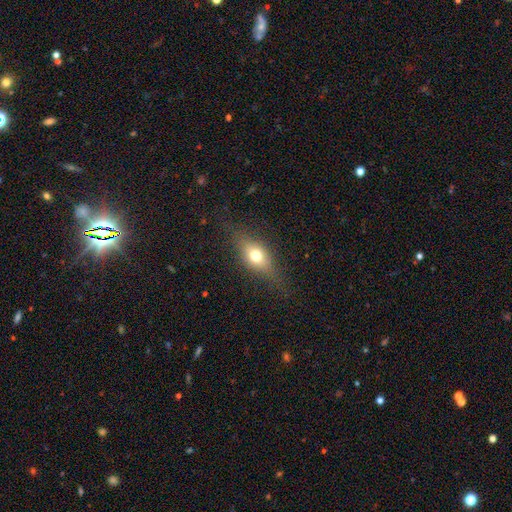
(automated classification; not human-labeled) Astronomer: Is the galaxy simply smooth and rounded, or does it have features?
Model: smooth — 61%.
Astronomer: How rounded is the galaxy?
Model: in between — 66%.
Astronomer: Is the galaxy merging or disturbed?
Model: none — 77%.